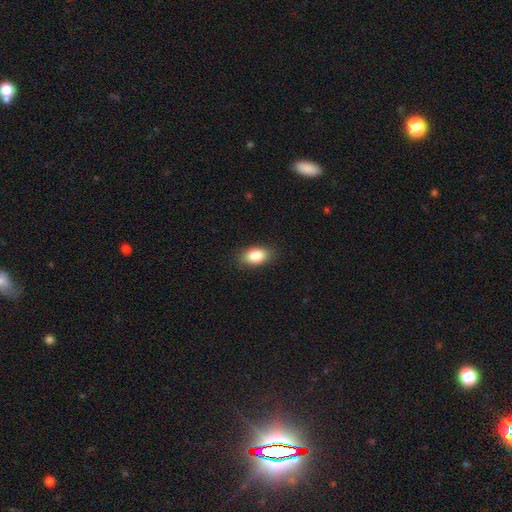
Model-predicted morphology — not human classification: A smooth galaxy with no disk features (85%) that is in between round and cigar-shaped (89%). Merging: none (87%).